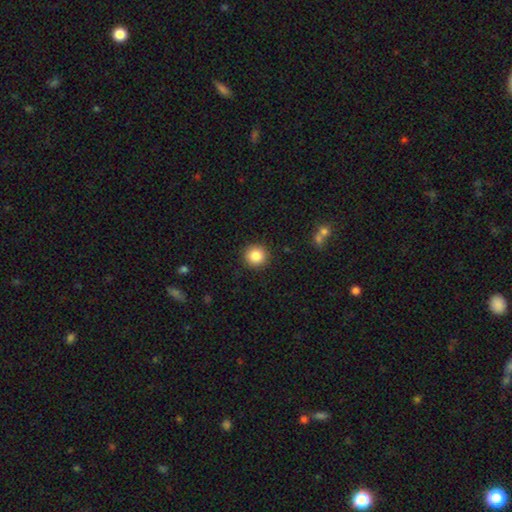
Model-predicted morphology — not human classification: smooth 85%, star or artifact 10%, featured or disk 5%. Down the decision tree: how rounded — round (93%); merging — none (91%).